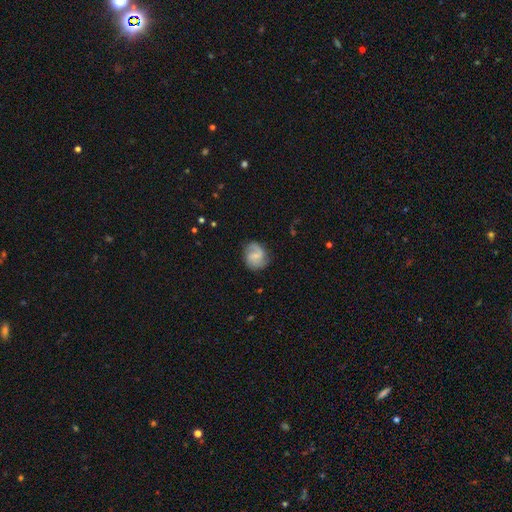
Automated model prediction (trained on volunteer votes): featured or disk 62%, smooth 31%, star or artifact 7%. Down the decision tree: edge-on disk — no (98%); bar — weak (51%); spiral arms — yes (91%); spiral arm count — 2 (76%); spiral winding — medium (45%); bulge size — small (50%); merging — none (73%).